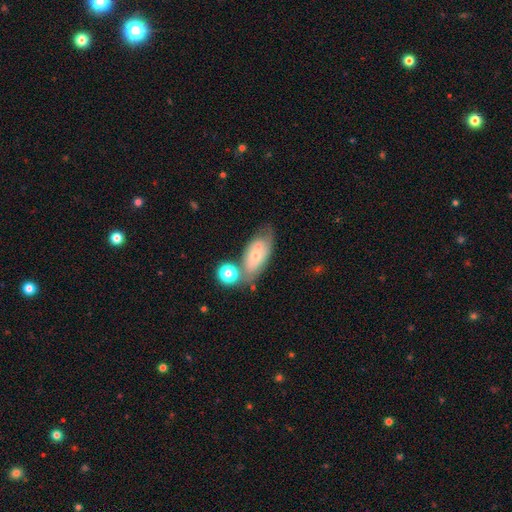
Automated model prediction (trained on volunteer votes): Overall: smooth (56%; featured or disk 36%). How rounded: in between (86%). Merging: none (43%; merger 25%).